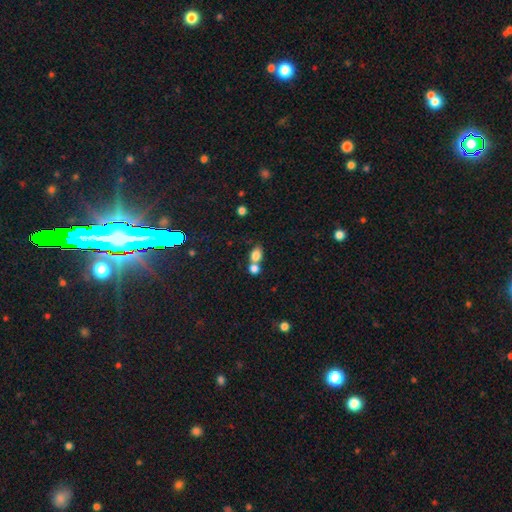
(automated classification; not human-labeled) Q: Smooth or featured?
A: smooth (80%); runner-up: star or artifact (12%)
Q: How rounded?
A: in between (58%); runner-up: round (40%)
Q: Merging?
A: merger (50%); runner-up: none (38%)